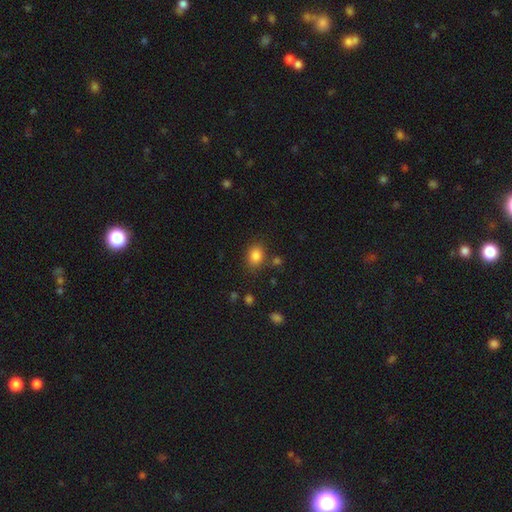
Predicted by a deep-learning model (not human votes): Morphology: type=smooth (83%); roundness=in between (53%); merging=none (77%).